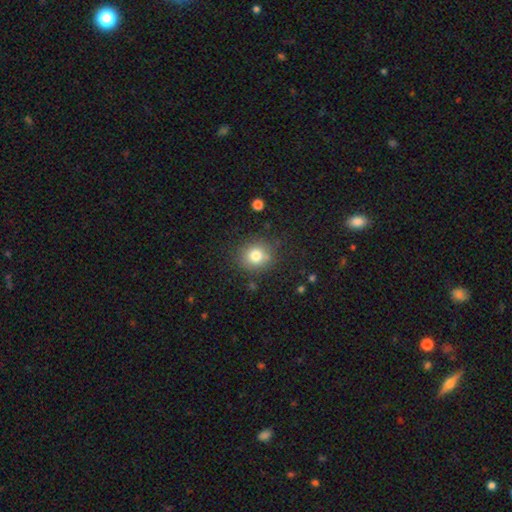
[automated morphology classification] This is likely a smooth galaxy (78%). How rounded: clearly round (86%). Merging: clearly none (82%).